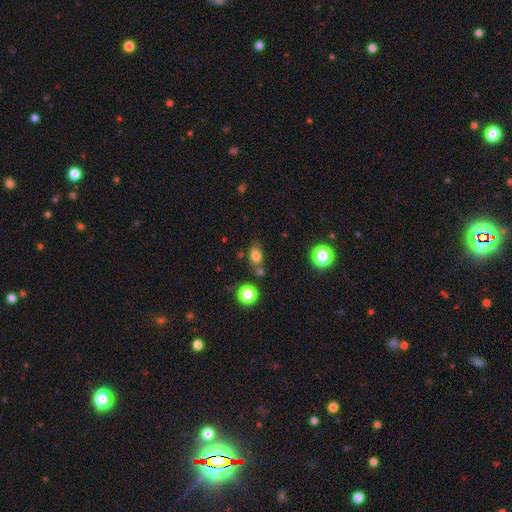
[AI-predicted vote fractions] The model was most divided on "how rounded": in between: 72%, round: 26%, cigar-shaped: 2%. More confident: smooth or featured — smooth (79%); merging — none (66%).